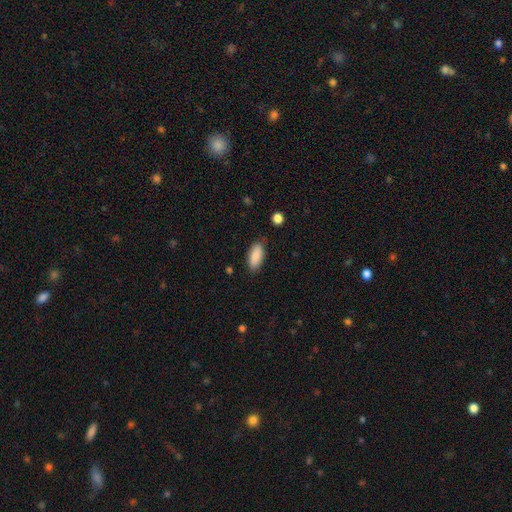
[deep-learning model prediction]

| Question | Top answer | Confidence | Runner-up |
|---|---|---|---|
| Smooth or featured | smooth | 88% | star or artifact (7%) |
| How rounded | in between | 86% | cigar-shaped (12%) |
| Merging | none | 82% | minor disturbance (14%) |